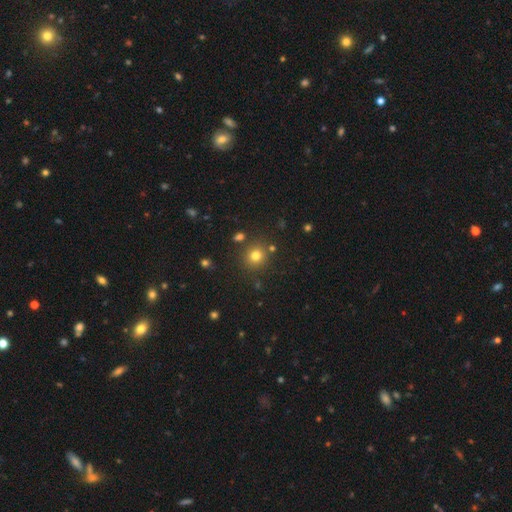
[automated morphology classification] Smooth or featured? smooth (76%)
How rounded? round (89%)
Merging? none (83%)